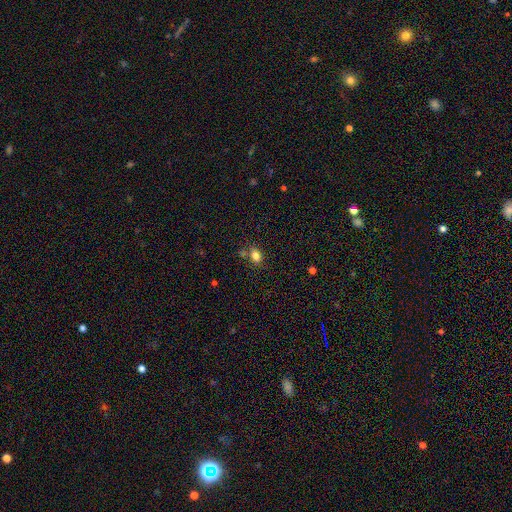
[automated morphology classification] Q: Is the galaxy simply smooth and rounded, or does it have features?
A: smooth — 81%.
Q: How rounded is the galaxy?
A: in between — 77%.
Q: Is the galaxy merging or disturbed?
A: none — 70%.